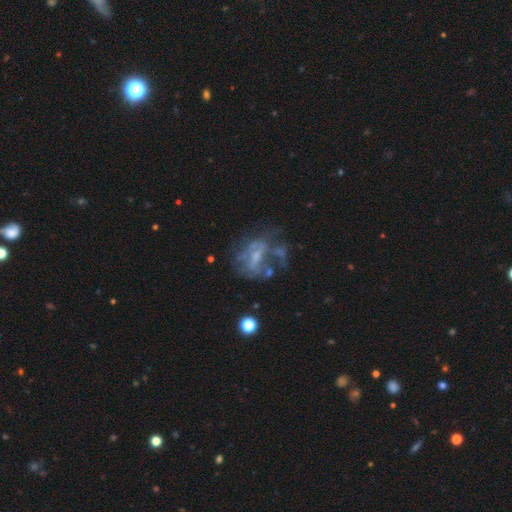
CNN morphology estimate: Smooth or featured? Predicted: featured or disk (p=0.64). Edge-on disk? Predicted: no (p=0.96). Bar? Predicted: no (p=0.52). Spiral arms? Predicted: no (p=0.67). Bulge size? Predicted: none (p=0.40). Merging? Predicted: major disturbance (p=0.34, tied with none).